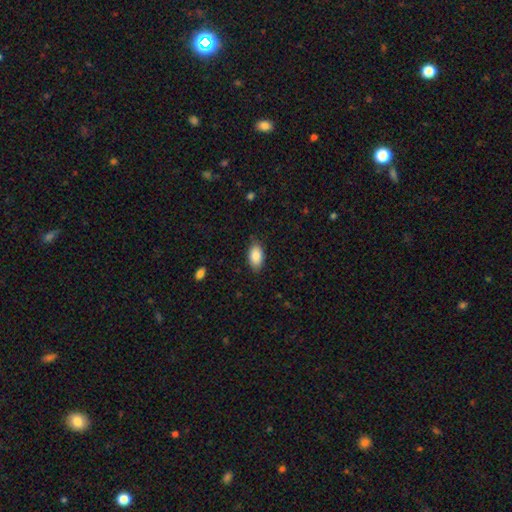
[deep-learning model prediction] Smooth or featured?
  - smooth: 86% *
  - featured or disk: 8%
  - star or artifact: 7%
How rounded?
  - in between: 93% *
  - round: 5%
  - cigar-shaped: 2%
Merging?
  - none: 82% *
  - minor disturbance: 14%
  - major disturbance: 3%
  - merger: 1%